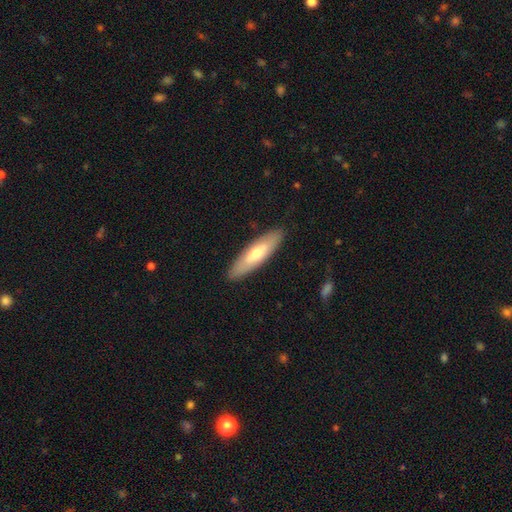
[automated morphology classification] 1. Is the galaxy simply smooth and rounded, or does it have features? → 57% smooth, 36% featured or disk, 7% star or artifact.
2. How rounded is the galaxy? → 66% cigar-shaped, 32% in between, 2% round.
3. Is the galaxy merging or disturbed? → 89% none, 8% minor disturbance, 2% major disturbance, 1% merger.